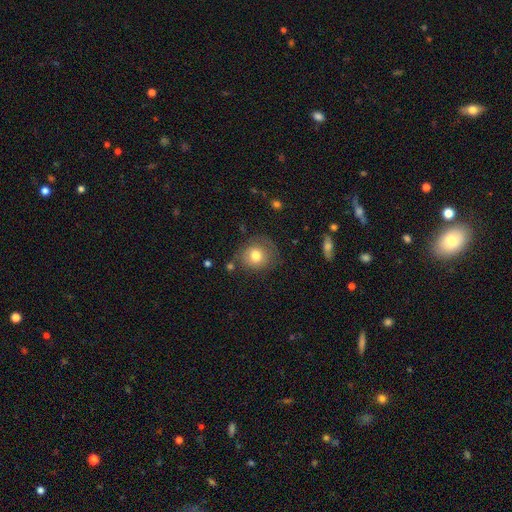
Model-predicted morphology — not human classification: smooth-or-featured: smooth: 77% | featured or disk: 14% | star or artifact: 10%
  how-rounded: round: 79% | in between: 20% | cigar-shaped: 1%
  merging: none: 70% | minor disturbance: 20% | major disturbance: 7% | merger: 3%